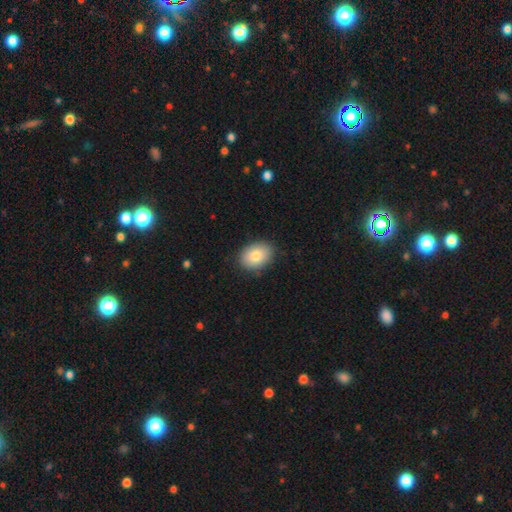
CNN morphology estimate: This is clearly a smooth galaxy (83%). How rounded: likely in between (73%). Merging: clearly none (86%).